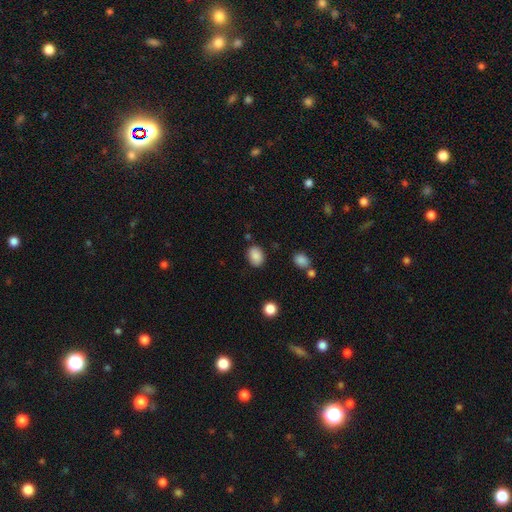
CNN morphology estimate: Smooth or featured?
  - smooth: 87% *
  - star or artifact: 9%
  - featured or disk: 4%
How rounded?
  - in between: 71% *
  - round: 28%
  - cigar-shaped: 1%
Merging?
  - none: 82% *
  - minor disturbance: 12%
  - major disturbance: 3%
  - merger: 3%